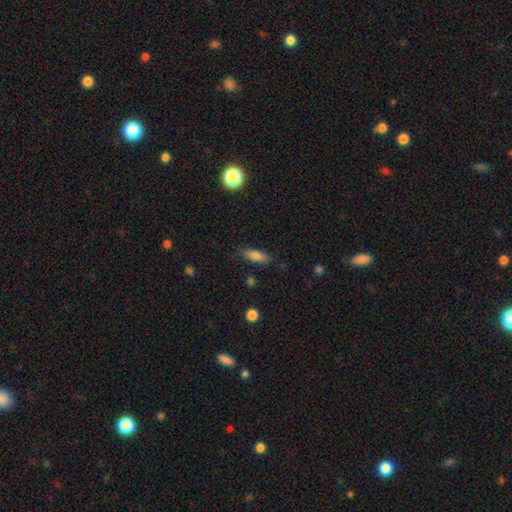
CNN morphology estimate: Smooth or featured: smooth — 79% (featured or disk — 13%)
How rounded: in between — 60% (cigar-shaped — 38%)
Merging: none — 79% (minor disturbance — 16%)